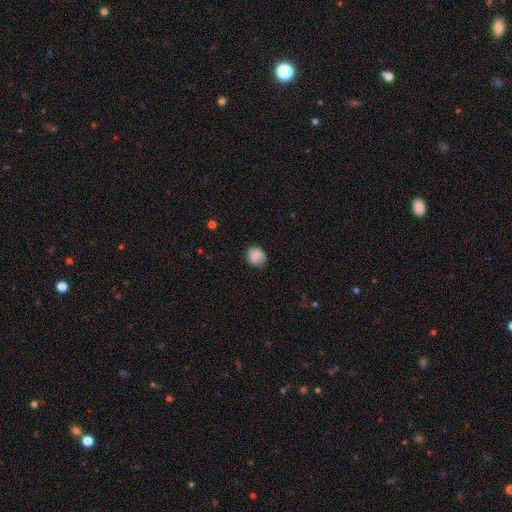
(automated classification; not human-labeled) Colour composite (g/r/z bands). It shows a smooth galaxy with no disk features (83%) that is round (83%). Merging: none (74%).